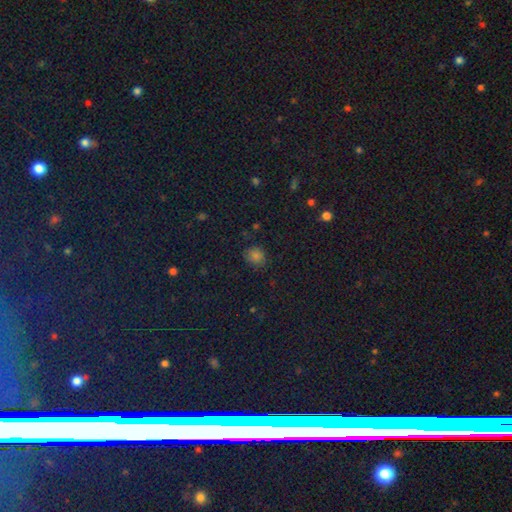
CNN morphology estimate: Smooth or featured?
  - smooth: 76% *
  - star or artifact: 18%
  - featured or disk: 6%
How rounded?
  - round: 72% *
  - in between: 27%
  - cigar-shaped: 1%
Merging?
  - none: 82% *
  - minor disturbance: 14%
  - major disturbance: 3%
  - merger: 1%